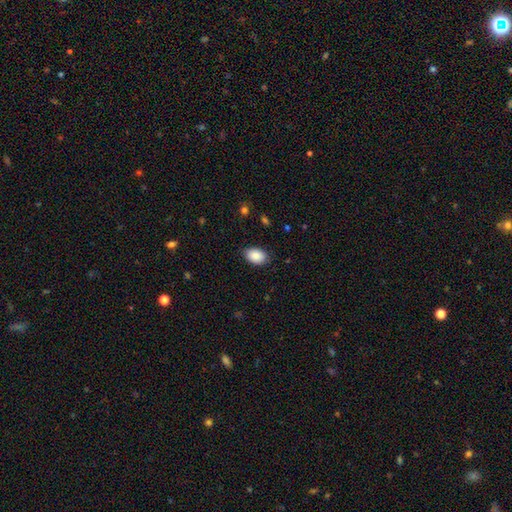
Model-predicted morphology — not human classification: This appears to be a smooth galaxy with no disk features (88%) that is in between round and cigar-shaped (87%). Merging: none (85%).